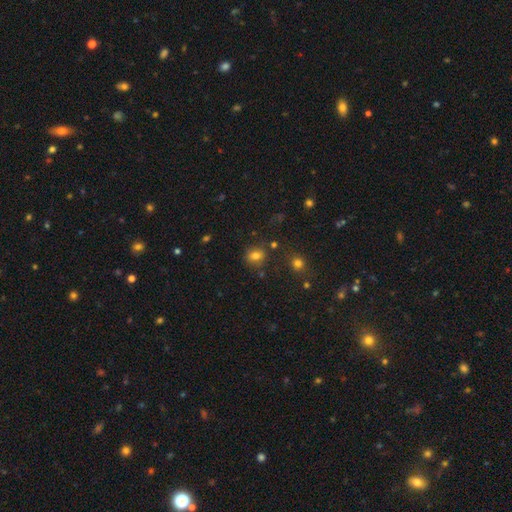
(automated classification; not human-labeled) The model was most divided on "how rounded": round: 55%, in between: 43%, cigar-shaped: 1%. More confident: smooth or featured — smooth (77%); merging — none (77%).